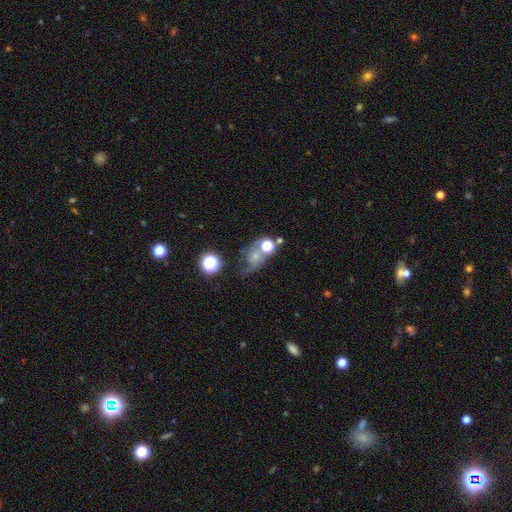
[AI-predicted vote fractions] This is marginally a smooth galaxy (40%). Merging: marginally none (39%).